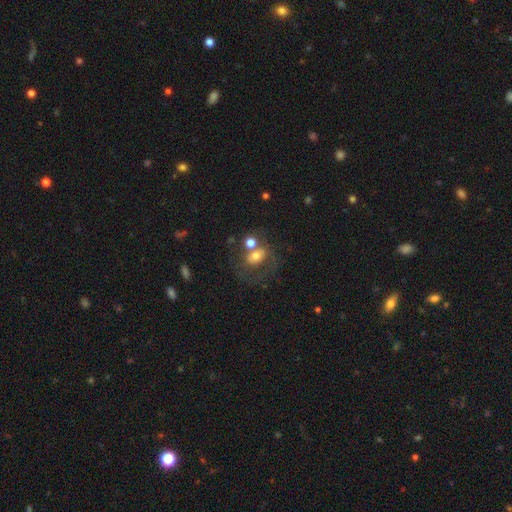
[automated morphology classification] A smooth galaxy with no disk features (54%) that is in between round and cigar-shaped (61%).

Vote fractions:
- Smooth or featured? smooth: 54% / featured or disk: 34% / star or artifact: 12%
- How rounded? in between: 61% / round: 37% / cigar-shaped: 2%
- Merging? merger: 37% / none: 32% / major disturbance: 16% / minor disturbance: 15%